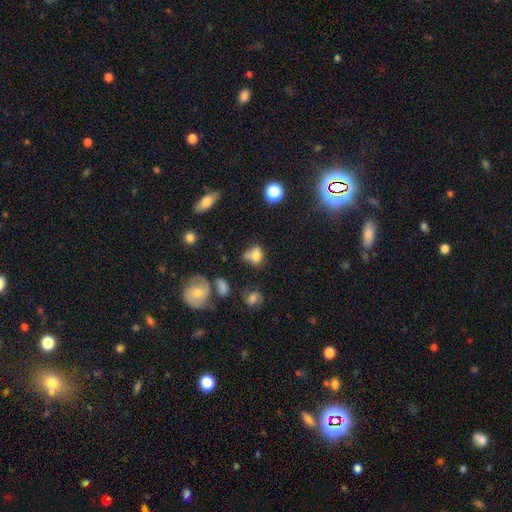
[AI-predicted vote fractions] A smooth galaxy with no disk features (74%) that is in between round and cigar-shaped (51%).

Vote fractions:
- Smooth or featured? smooth: 74% / featured or disk: 13% / star or artifact: 13%
- How rounded? in between: 51% / round: 48% / cigar-shaped: 2%
- Merging? none: 42% / merger: 24% / minor disturbance: 23% / major disturbance: 11%